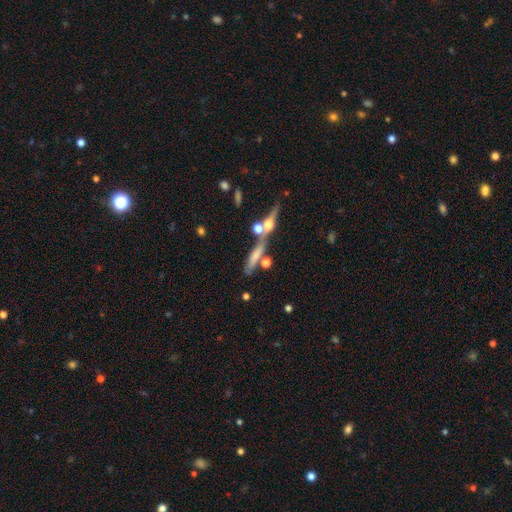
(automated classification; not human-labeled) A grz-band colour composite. It shows a smooth galaxy with no disk features (53%) that is cigar-shaped (72%). Merging: none (47%).